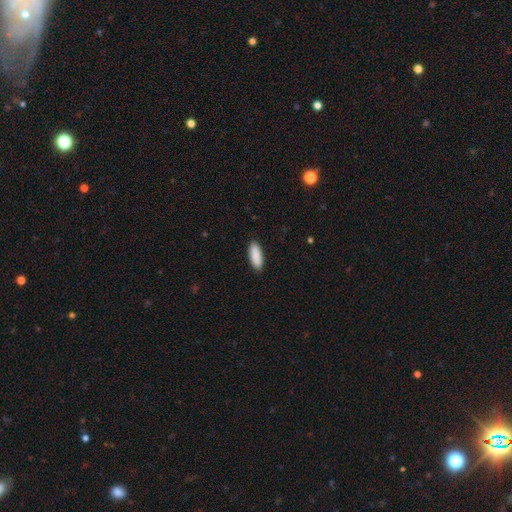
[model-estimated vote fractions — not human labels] A smooth galaxy with no disk features (90%) that is in between round and cigar-shaped (69%).

Vote fractions:
- Smooth or featured? smooth: 90% / star or artifact: 6% / featured or disk: 4%
- How rounded? in between: 69% / cigar-shaped: 29% / round: 2%
- Merging? none: 89% / minor disturbance: 8% / major disturbance: 2% / merger: 1%